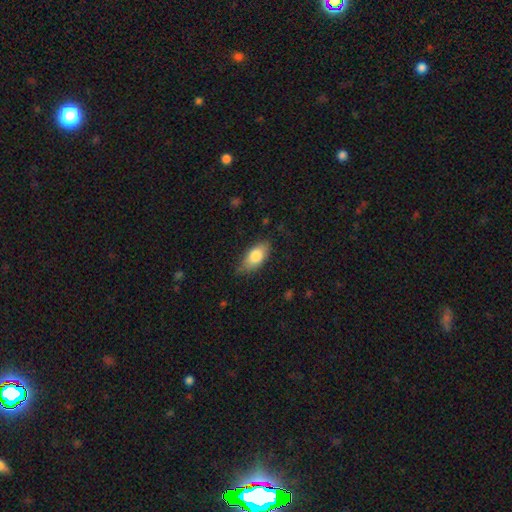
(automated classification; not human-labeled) This appears to be a smooth galaxy with no disk features (81%) that is in between round and cigar-shaped (89%). Merging: none (75%).